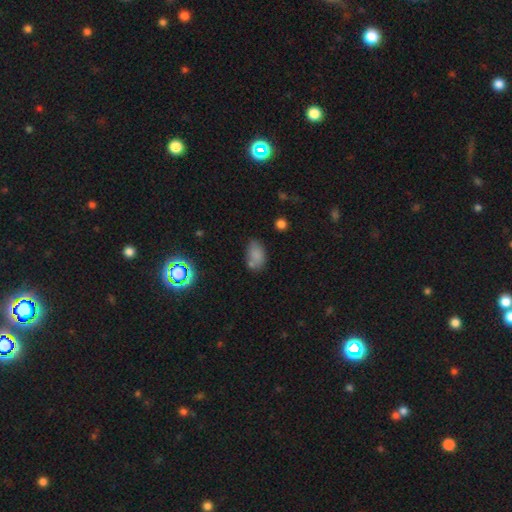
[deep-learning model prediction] smooth 78%, star or artifact 12%, featured or disk 10%. Down the decision tree: how rounded — in between (89%); merging — none (57%).